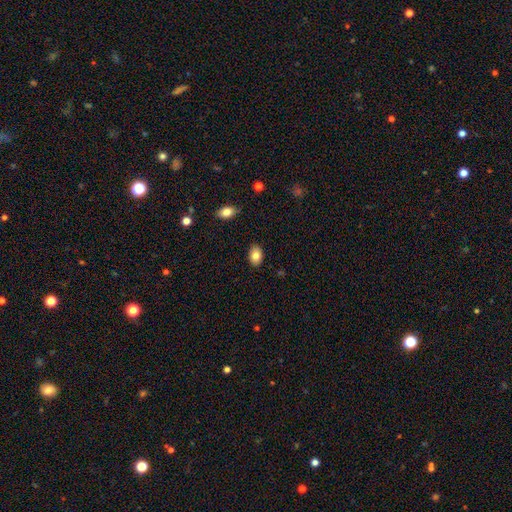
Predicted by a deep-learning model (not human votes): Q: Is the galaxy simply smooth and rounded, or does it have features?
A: smooth — 83%.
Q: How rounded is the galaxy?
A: in between — 86%.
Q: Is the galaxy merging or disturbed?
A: none — 88%.